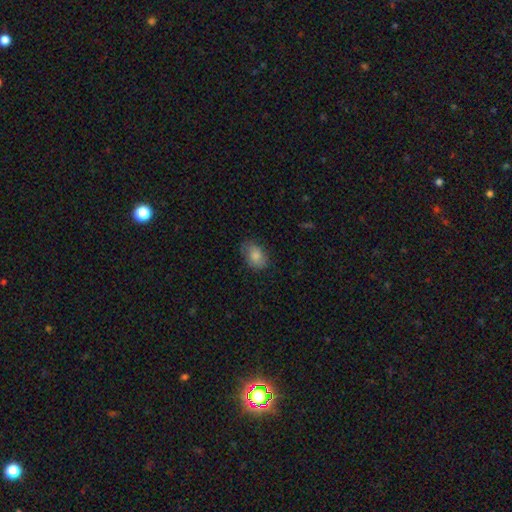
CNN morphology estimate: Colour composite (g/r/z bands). It shows a smooth galaxy with no disk features (83%) that is in between round and cigar-shaped (81%). Merging: none (73%).